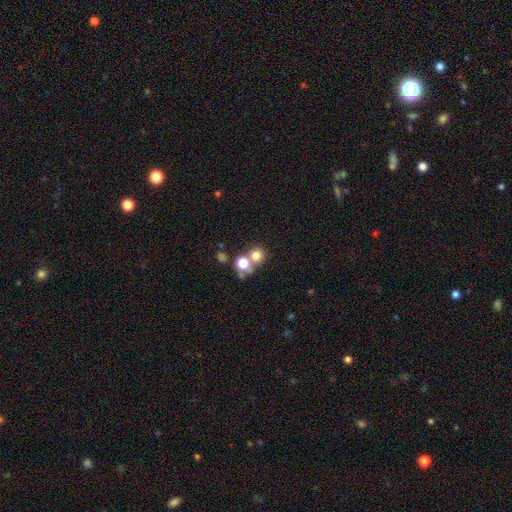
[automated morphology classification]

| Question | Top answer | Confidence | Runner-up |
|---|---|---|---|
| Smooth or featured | smooth | 74% | star or artifact (16%) |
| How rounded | round | 84% | in between (14%) |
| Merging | none | 50% | merger (39%) |